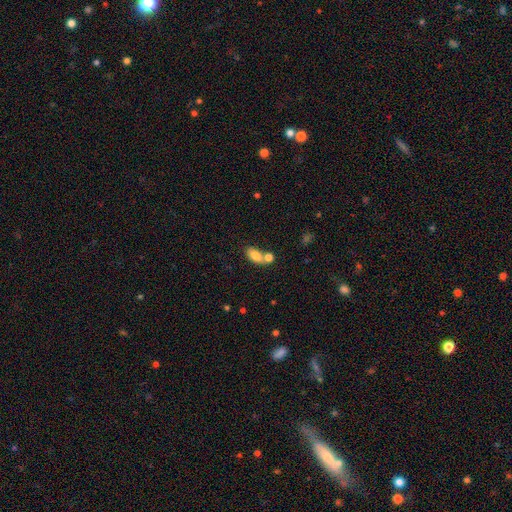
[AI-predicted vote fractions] Q: Smooth or featured?
A: smooth (79%); runner-up: featured or disk (12%)
Q: How rounded?
A: in between (88%); runner-up: round (7%)
Q: Merging?
A: none (44%); runner-up: merger (40%)